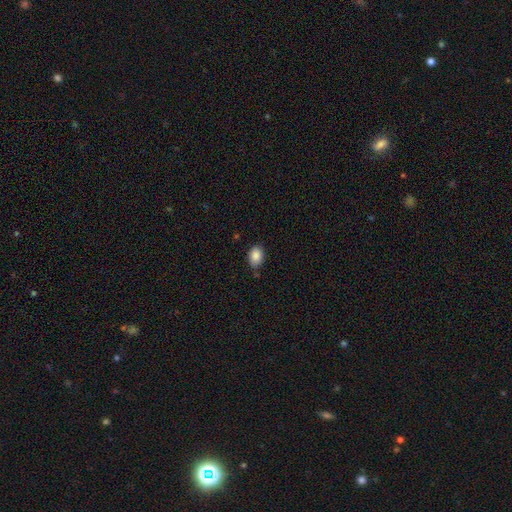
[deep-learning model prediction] A smooth galaxy with no disk features (88%) that is in between round and cigar-shaped (78%).

Vote fractions:
- Smooth or featured? smooth: 88% / star or artifact: 8% / featured or disk: 4%
- How rounded? in between: 78% / round: 21% / cigar-shaped: 1%
- Merging? none: 76% / minor disturbance: 19% / major disturbance: 3% / merger: 3%